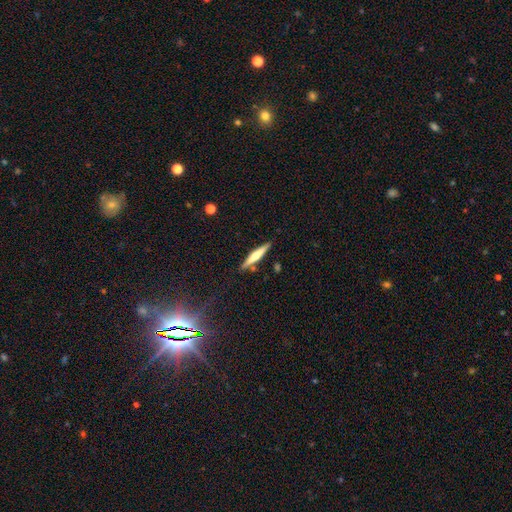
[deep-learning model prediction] Q: Smooth or featured?
A: featured or disk (48%); runner-up: smooth (46%)
Q: Merging?
A: none (85%); runner-up: minor disturbance (9%)